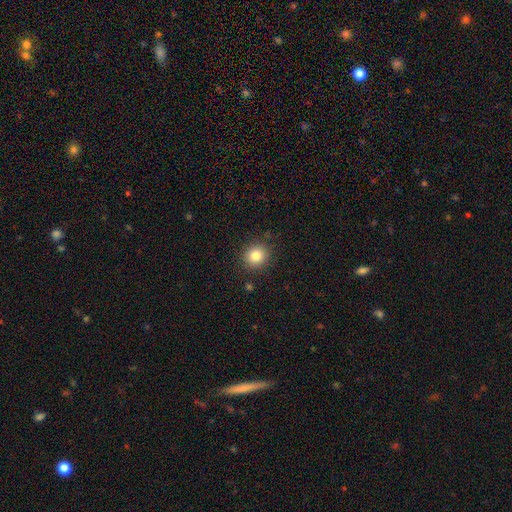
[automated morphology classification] Smooth or featured? smooth (83%)
How rounded? round (86%)
Merging? none (88%)